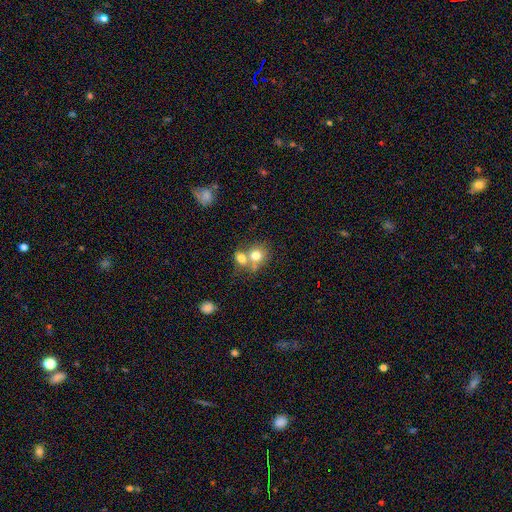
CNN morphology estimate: smooth-or-featured: smooth: 74% | featured or disk: 16% | star or artifact: 11%
  how-rounded: round: 72% | in between: 27% | cigar-shaped: 1%
  merging: merger: 59% | none: 30% | minor disturbance: 7% | major disturbance: 4%